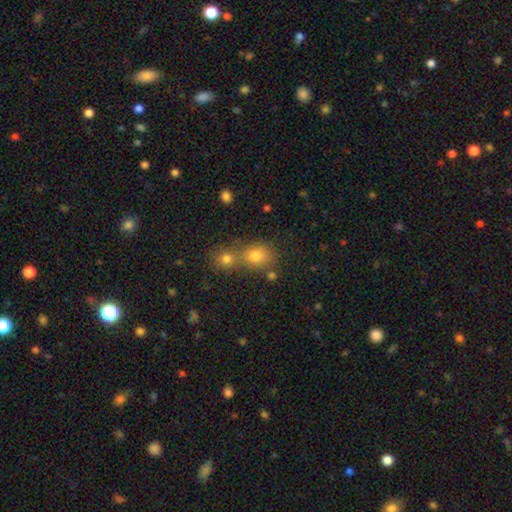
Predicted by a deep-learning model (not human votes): smooth-or-featured: smooth: 74% | star or artifact: 16% | featured or disk: 10%
  how-rounded: round: 63% | in between: 36% | cigar-shaped: 1%
  merging: merger: 47% | none: 43% | minor disturbance: 7% | major disturbance: 3%